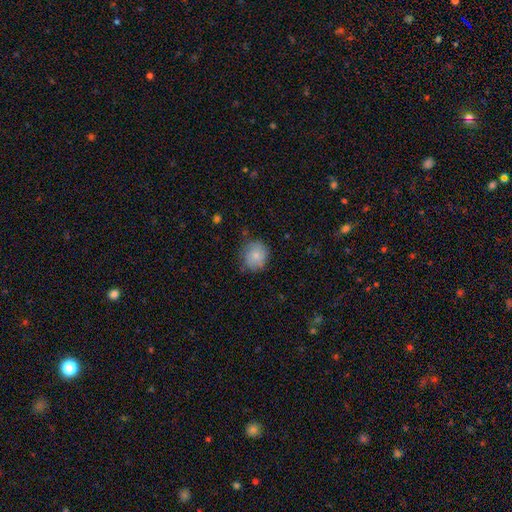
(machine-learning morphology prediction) Smooth or featured? Predicted: smooth (p=0.79). How rounded? Predicted: round (p=0.84). Merging? Predicted: none (p=0.72).